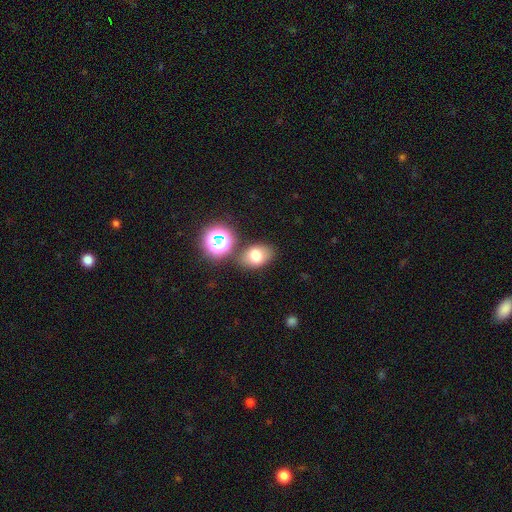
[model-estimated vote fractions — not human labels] A smooth galaxy with no disk features (73%) that is in between round and cigar-shaped (73%). Merging: none (76%).